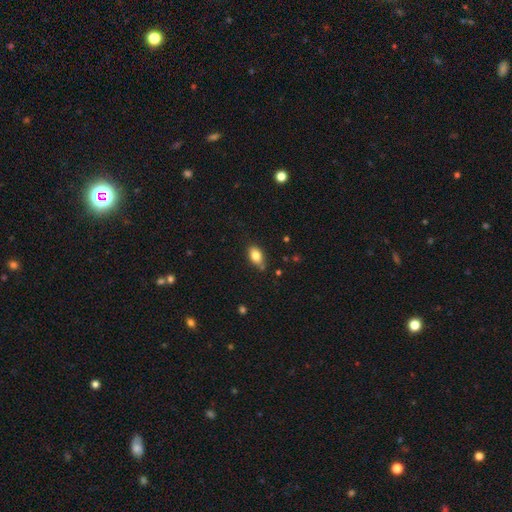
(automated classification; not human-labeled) Smooth or featured? Predicted: smooth (p=0.81). How rounded? Predicted: in between (p=0.87). Merging? Predicted: none (p=0.70).